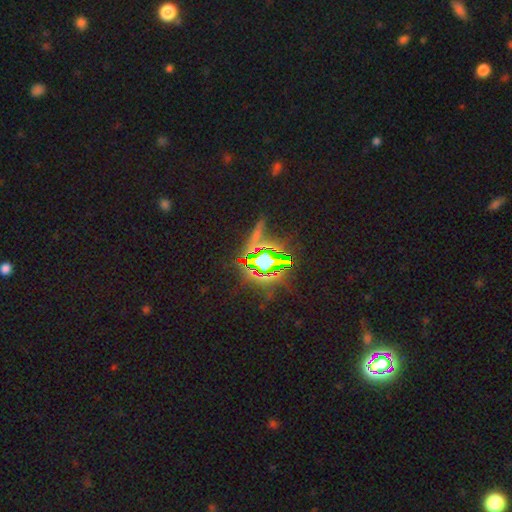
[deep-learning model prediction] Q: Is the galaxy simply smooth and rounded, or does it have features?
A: star or artifact — 80%.